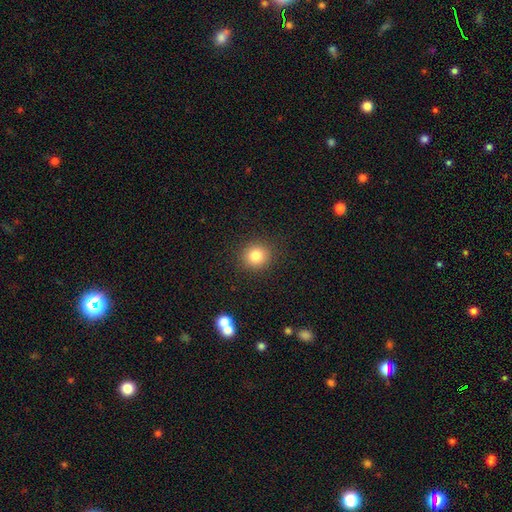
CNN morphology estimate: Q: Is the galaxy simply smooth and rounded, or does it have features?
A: smooth — 82%.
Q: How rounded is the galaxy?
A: round — 90%.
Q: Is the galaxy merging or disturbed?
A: none — 89%.